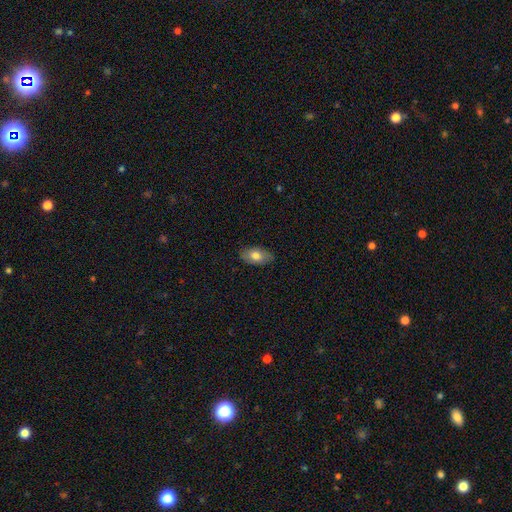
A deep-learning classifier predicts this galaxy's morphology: Q: Smooth or featured?
A: smooth (74%); runner-up: featured or disk (19%)
Q: How rounded?
A: in between (92%); runner-up: round (5%)
Q: Merging?
A: none (83%); runner-up: minor disturbance (14%)